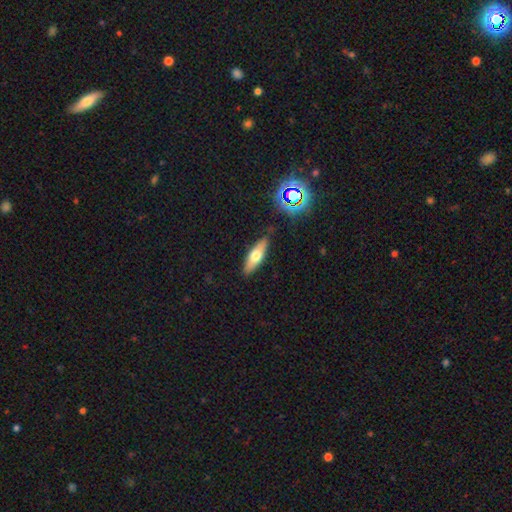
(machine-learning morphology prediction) Smooth or featured? Predicted: smooth (p=0.57). How rounded? Predicted: cigar-shaped (p=0.49). Merging? Predicted: none (p=0.86).